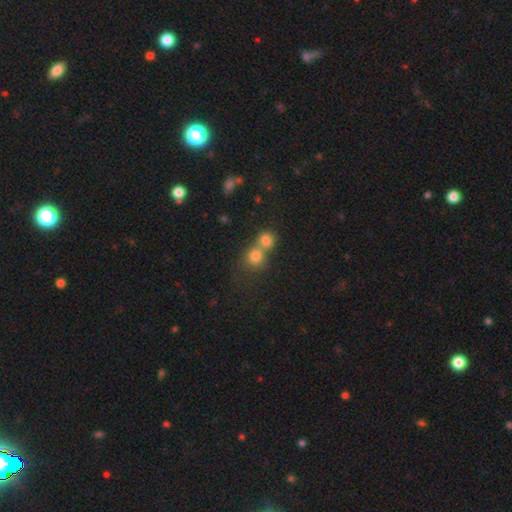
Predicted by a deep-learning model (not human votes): smooth 75%, star or artifact 15%, featured or disk 10%. Down the decision tree: how rounded — round (83%); merging — merger (54%).